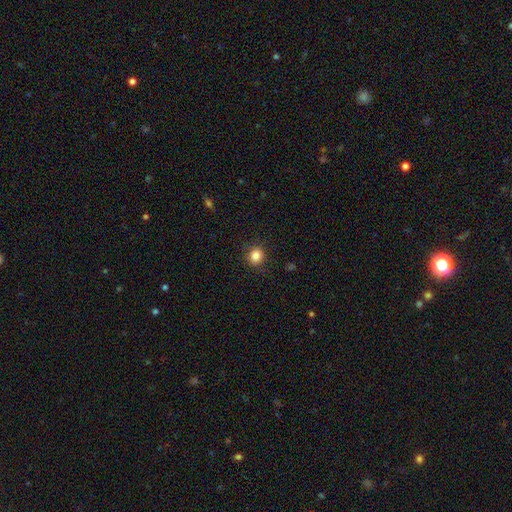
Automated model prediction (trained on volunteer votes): The model was most divided on "how rounded": round: 82%, in between: 17%, cigar-shaped: 1%. More confident: merging — none (87%); smooth or featured — smooth (84%).